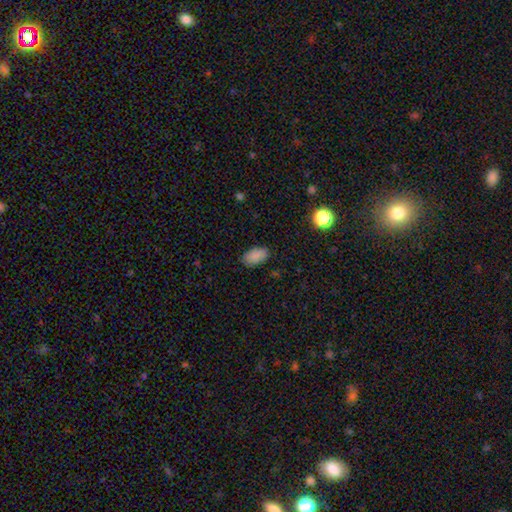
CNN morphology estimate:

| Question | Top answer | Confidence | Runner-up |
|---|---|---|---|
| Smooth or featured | smooth | 87% | star or artifact (9%) |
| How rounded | in between | 93% | round (5%) |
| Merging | none | 84% | minor disturbance (12%) |